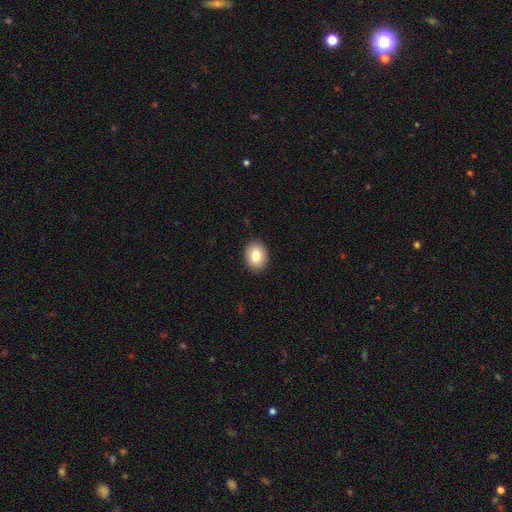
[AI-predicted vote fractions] Overall: smooth (82%). How rounded: in between (54%; round 45%). Merging: none (90%).